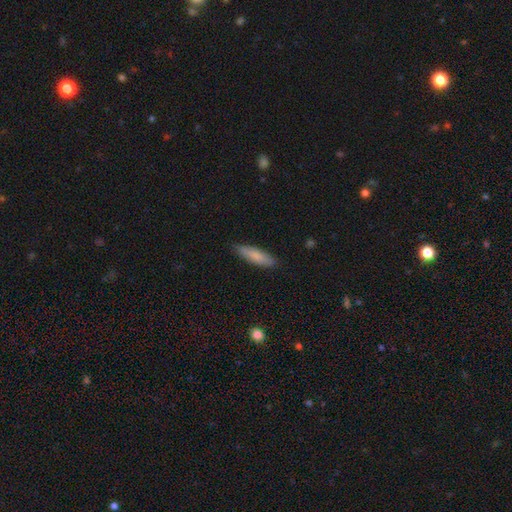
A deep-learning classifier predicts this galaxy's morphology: Smooth or featured: smooth — 79% (featured or disk — 15%)
How rounded: cigar-shaped — 64% (in between — 34%)
Merging: none — 84% (minor disturbance — 13%)